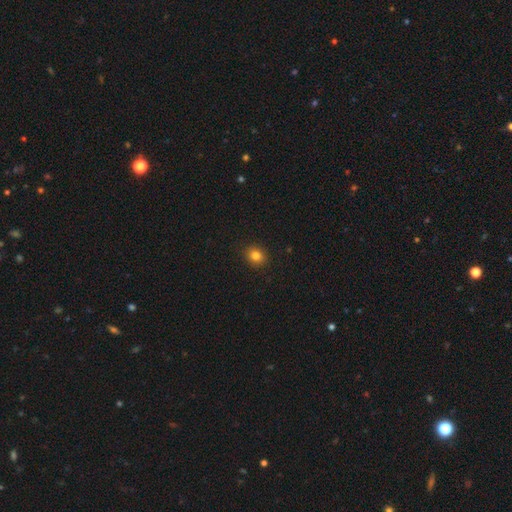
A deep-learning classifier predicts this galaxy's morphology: This appears to be a smooth galaxy with no disk features (82%) that is round (70%). Merging: none (91%).